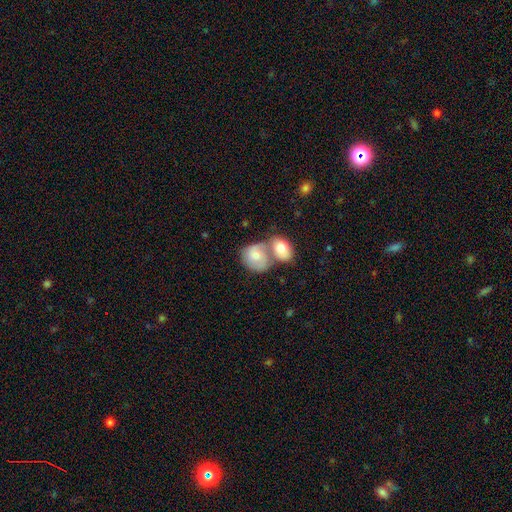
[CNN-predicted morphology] A smooth galaxy with no disk features (66%) that is round (51%).

Vote fractions:
- Smooth or featured? smooth: 66% / featured or disk: 28% / star or artifact: 6%
- How rounded? round: 51% / in between: 48% / cigar-shaped: 1%
- Merging? merger: 66% / none: 20% / minor disturbance: 9% / major disturbance: 5%